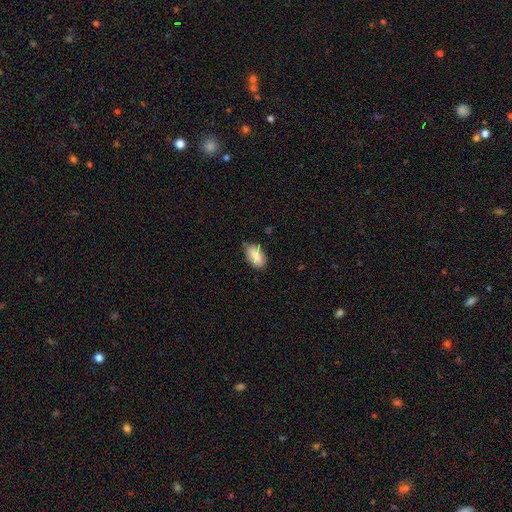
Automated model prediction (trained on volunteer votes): Smooth or featured? smooth (81%)
How rounded? in between (93%)
Merging? none (74%)